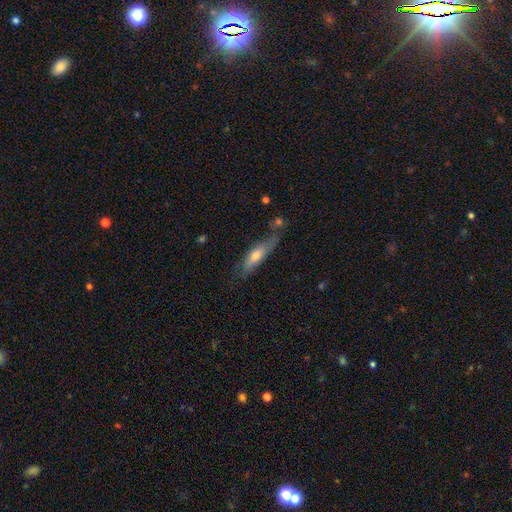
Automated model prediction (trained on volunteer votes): Q: Smooth or featured?
A: smooth (55%); runner-up: featured or disk (38%)
Q: How rounded?
A: cigar-shaped (65%); runner-up: in between (32%)
Q: Merging?
A: none (60%); runner-up: minor disturbance (26%)